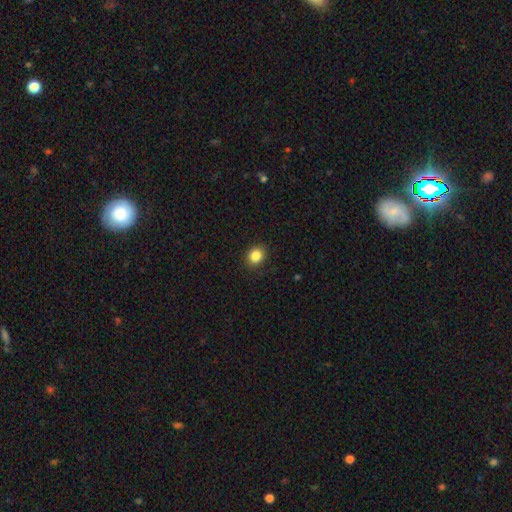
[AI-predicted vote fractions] The model was most divided on "how rounded": round: 73%, in between: 26%, cigar-shaped: 1%. More confident: merging — none (90%); smooth or featured — smooth (85%).